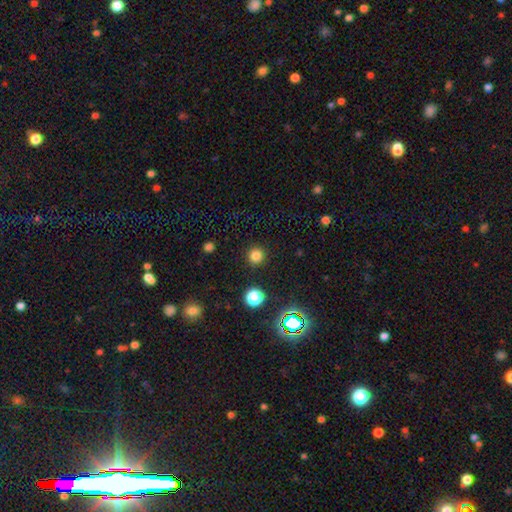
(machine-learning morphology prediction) smooth_or_featured: smooth (p=0.79) [alt: star or artifact p=0.17]
how_rounded: round (p=0.95) [alt: in between p=0.04]
merging: none (p=0.91) [alt: minor disturbance p=0.05]